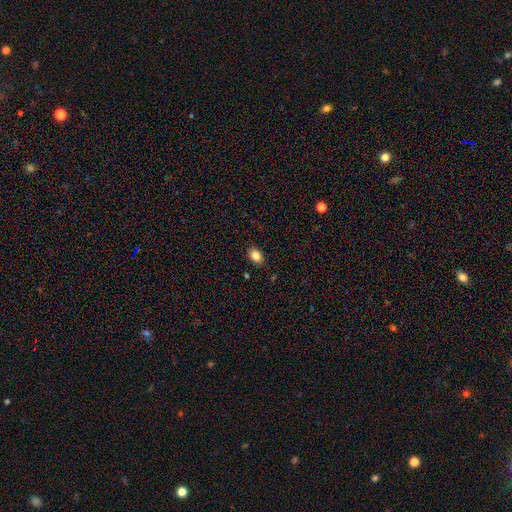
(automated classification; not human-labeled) A smooth galaxy with no disk features (86%) that is in between round and cigar-shaped (84%).

Vote fractions:
- Smooth or featured? smooth: 86% / star or artifact: 9% / featured or disk: 5%
- How rounded? in between: 84% / round: 15% / cigar-shaped: 1%
- Merging? none: 87% / minor disturbance: 10% / major disturbance: 2% / merger: 1%